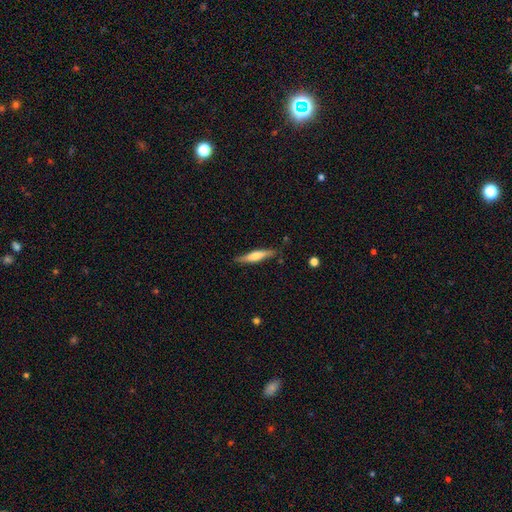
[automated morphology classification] Smooth or featured? Predicted: smooth (p=0.51). How rounded? Predicted: cigar-shaped (p=0.84). Merging? Predicted: none (p=0.83).